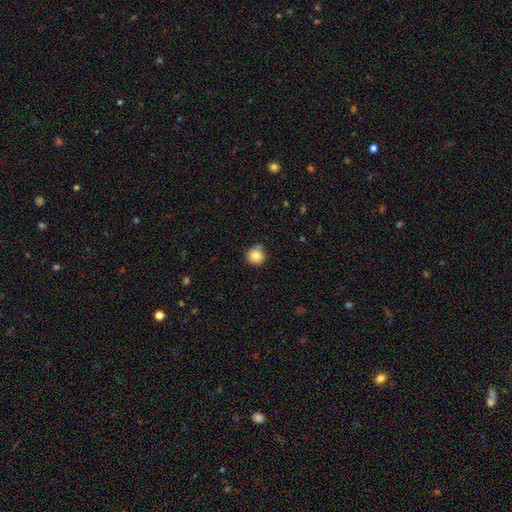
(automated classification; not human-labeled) This appears to be a smooth galaxy with no disk features (86%) that is round (93%). Merging: none (76%).